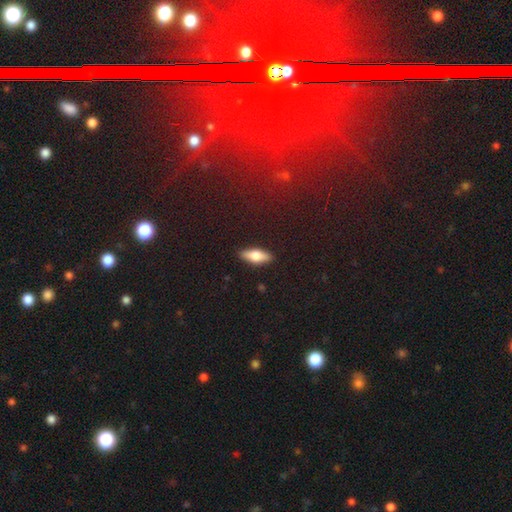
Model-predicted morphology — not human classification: Smooth or featured: smooth — 69% (featured or disk — 25%)
How rounded: in between — 69% (cigar-shaped — 29%)
Merging: none — 89% (minor disturbance — 8%)